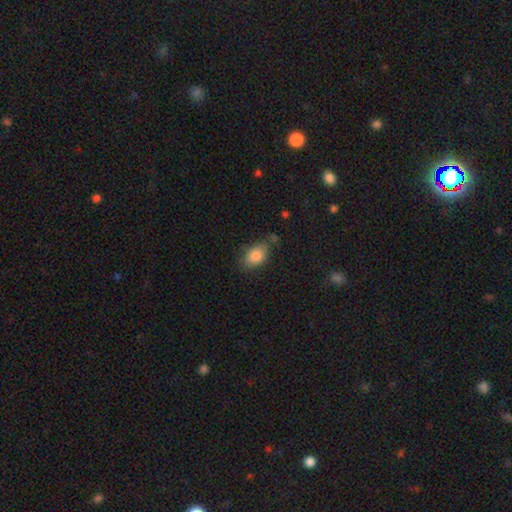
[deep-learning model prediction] This appears to be a smooth galaxy with no disk features (86%) that is in between round and cigar-shaped (85%). Merging: none (67%).